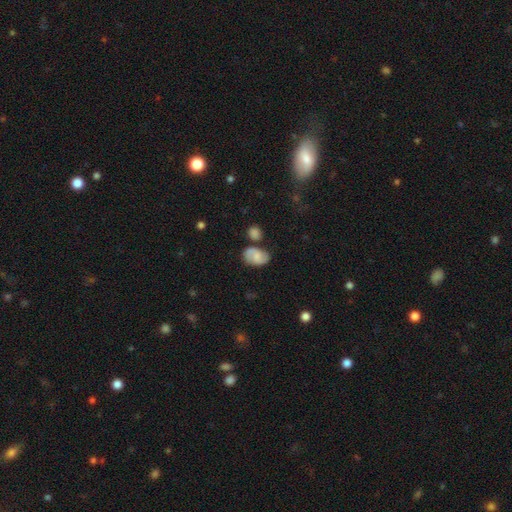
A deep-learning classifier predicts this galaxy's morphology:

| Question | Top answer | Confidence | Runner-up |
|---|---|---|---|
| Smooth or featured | featured or disk | 49% | smooth (43%) |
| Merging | none | 66% | minor disturbance (17%) |